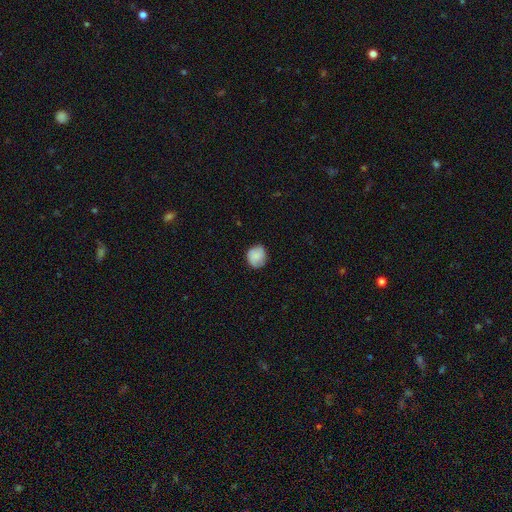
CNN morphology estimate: smooth-or-featured: smooth: 82% | featured or disk: 10% | star or artifact: 8%
  how-rounded: round: 76% | in between: 23% | cigar-shaped: 1%
  merging: none: 78% | minor disturbance: 17% | major disturbance: 4% | merger: 1%